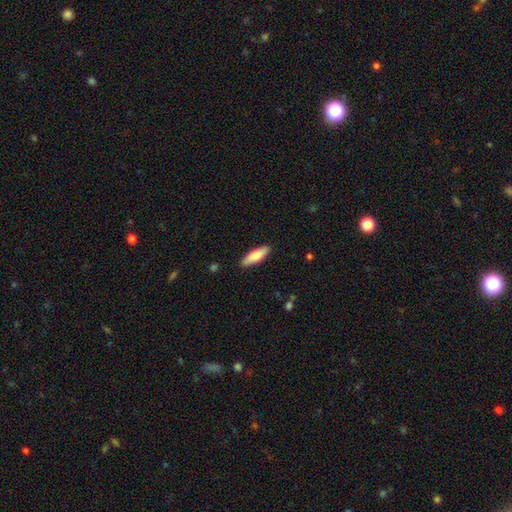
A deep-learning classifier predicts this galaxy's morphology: Overall: smooth (77%). How rounded: in between (50%; cigar-shaped 48%). Merging: none (89%).